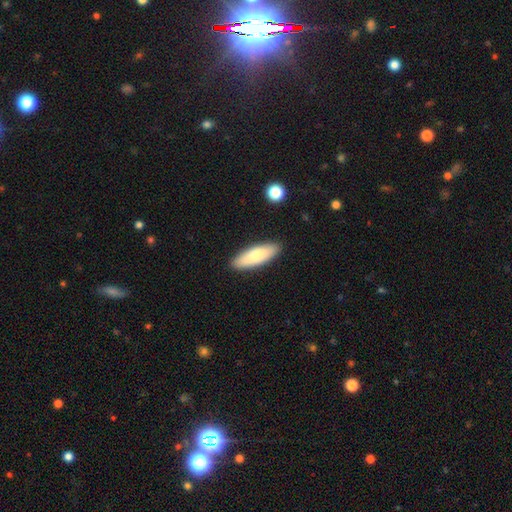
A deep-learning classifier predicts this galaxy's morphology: This is likely a smooth galaxy (80%). How rounded: possibly in between (53%). Merging: clearly none (89%).